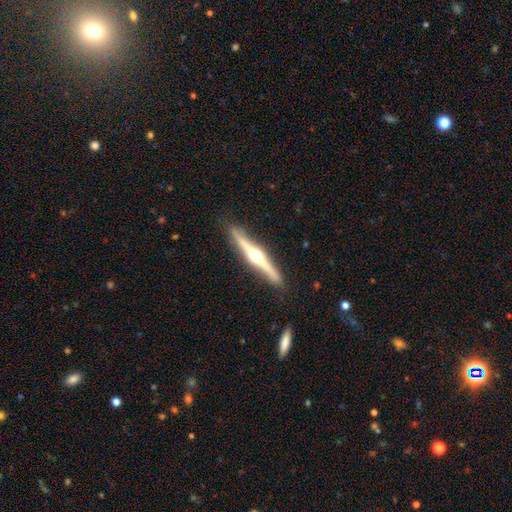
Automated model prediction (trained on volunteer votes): A featured or disk galaxy (79%) viewed edge-on (98%) with a rounded central bulge (94%). Merging: none (88%).